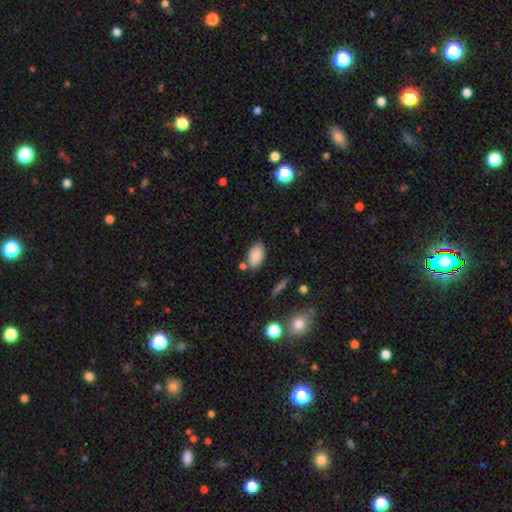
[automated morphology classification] This is clearly a smooth galaxy (87%). How rounded: clearly in between (93%). Merging: likely none (75%).